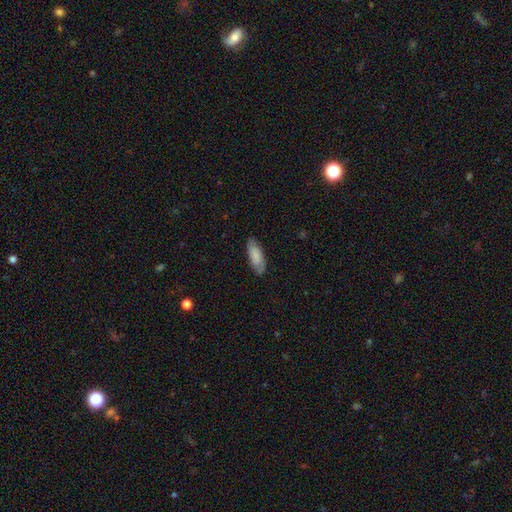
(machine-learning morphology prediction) The model was most divided on "smooth or featured": smooth: 68%, featured or disk: 26%, star or artifact: 6%. More confident: merging — none (81%); how rounded — in between (75%).